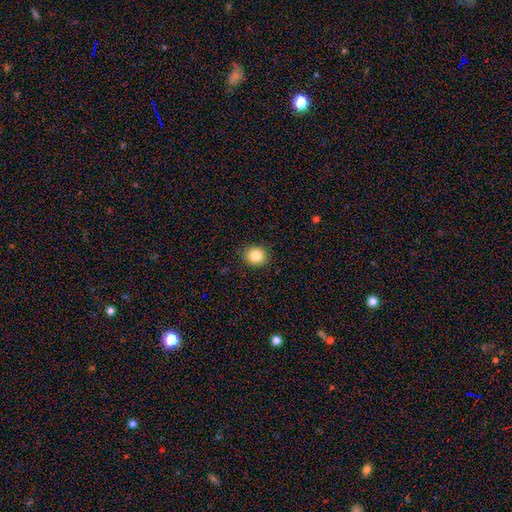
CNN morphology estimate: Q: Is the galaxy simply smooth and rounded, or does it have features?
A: smooth — 85%.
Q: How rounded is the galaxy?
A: round — 78%.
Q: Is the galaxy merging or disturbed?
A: none — 90%.